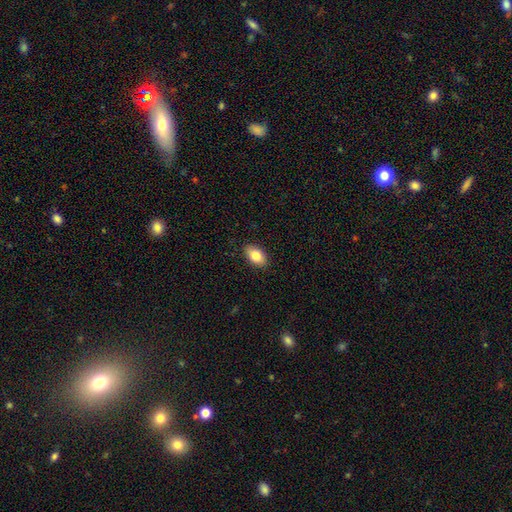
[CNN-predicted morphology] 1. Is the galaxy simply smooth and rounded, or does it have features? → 84% smooth, 8% featured or disk, 7% star or artifact.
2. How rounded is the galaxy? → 91% in between, 7% round, 2% cigar-shaped.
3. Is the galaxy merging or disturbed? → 88% none, 9% minor disturbance, 2% major disturbance, 1% merger.